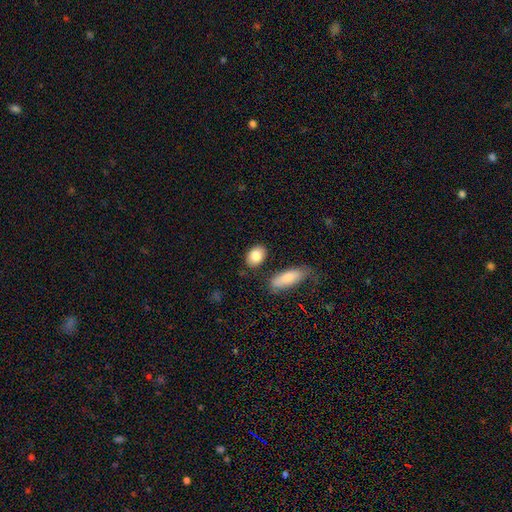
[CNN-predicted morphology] smooth 85%, featured or disk 8%, star or artifact 7%. Down the decision tree: how rounded — in between (81%); merging — none (79%).